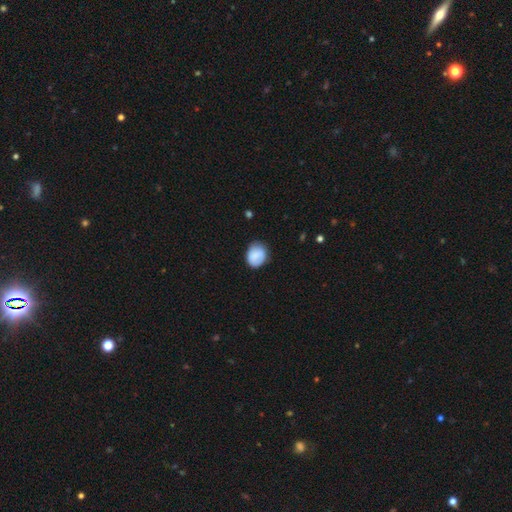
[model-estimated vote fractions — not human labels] smooth 83%, featured or disk 9%, star or artifact 7%. Down the decision tree: how rounded — round (60%); merging — none (74%).